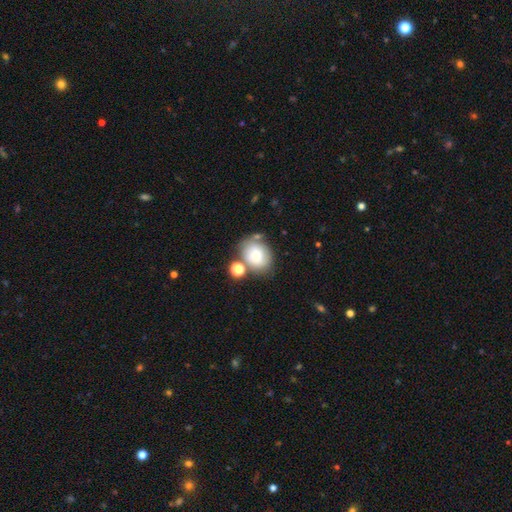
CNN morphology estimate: This is likely a smooth galaxy (66%). How rounded: possibly round (53%). Merging: possibly none (53%).